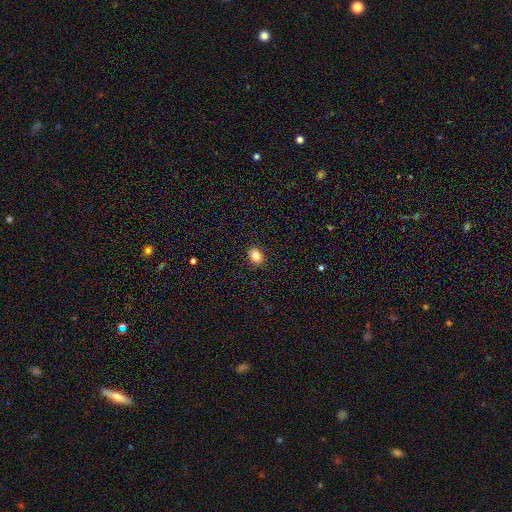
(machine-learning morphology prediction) Overall: smooth (83%). How rounded: in between (67%; round 31%). Merging: none (89%).